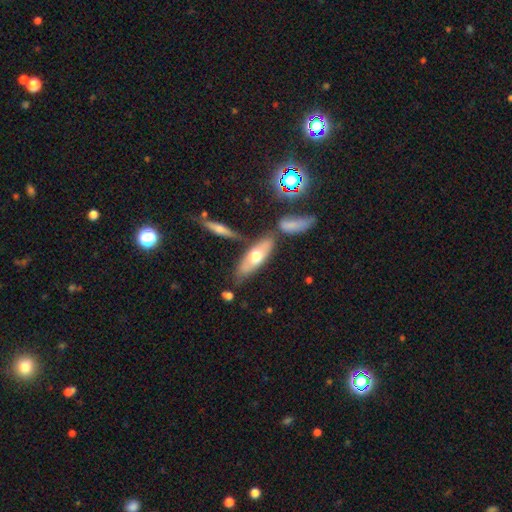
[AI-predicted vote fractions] This appears to be a smooth galaxy with no disk features (53%) that is in between round and cigar-shaped (58%). Merging: none (65%).